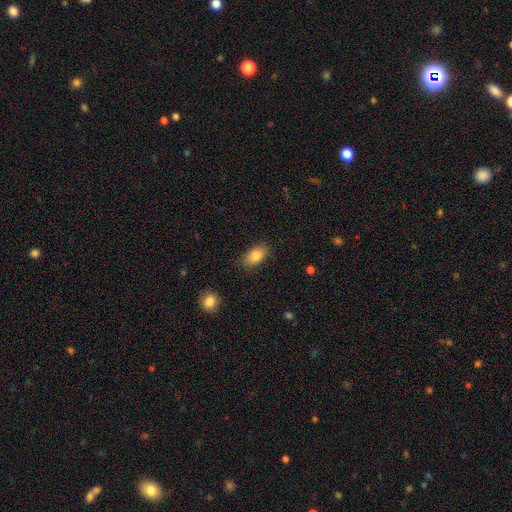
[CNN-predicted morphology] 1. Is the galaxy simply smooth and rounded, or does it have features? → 84% smooth, 8% featured or disk, 8% star or artifact.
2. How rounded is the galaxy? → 90% in between, 7% round, 3% cigar-shaped.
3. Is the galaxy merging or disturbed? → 84% none, 11% minor disturbance, 3% major disturbance, 1% merger.